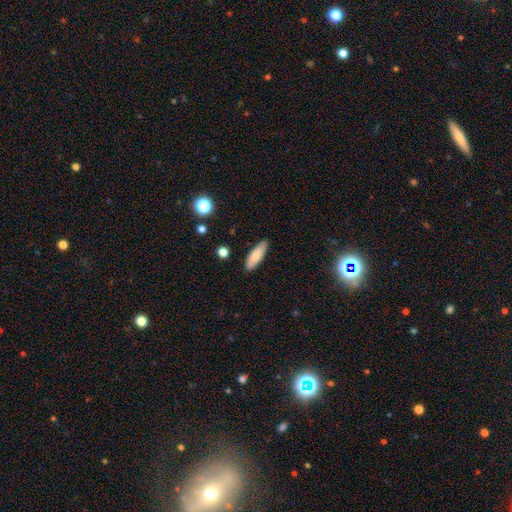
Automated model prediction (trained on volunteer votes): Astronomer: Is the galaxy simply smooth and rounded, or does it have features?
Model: smooth — 83%.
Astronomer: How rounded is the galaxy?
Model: in between — 58% (runner-up: cigar-shaped, 40%).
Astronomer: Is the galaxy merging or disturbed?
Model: none — 87%.